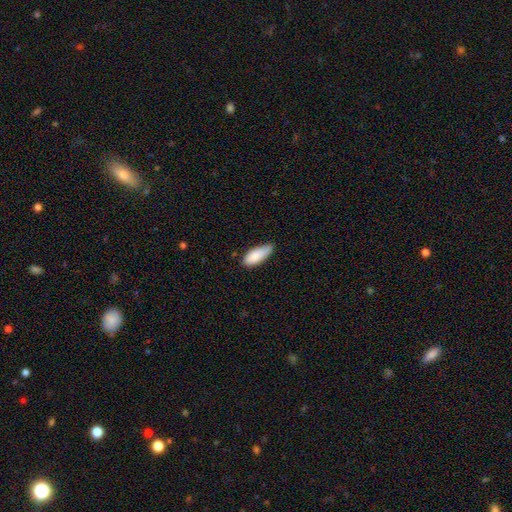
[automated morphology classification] type=smooth (87%); roundness=in between (78%); merging=none (58%).